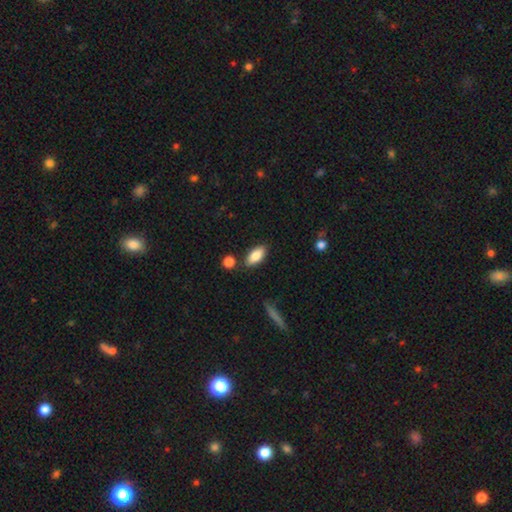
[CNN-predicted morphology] Overall: smooth (84%). How rounded: in between (86%). Merging: none (80%).